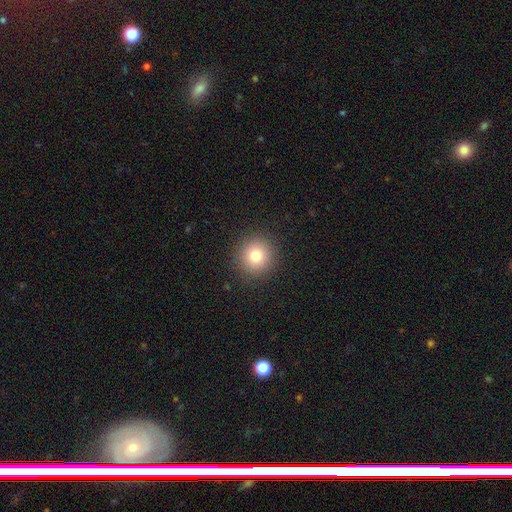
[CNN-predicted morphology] Overall: smooth (79%). How rounded: round (93%). Merging: none (90%).